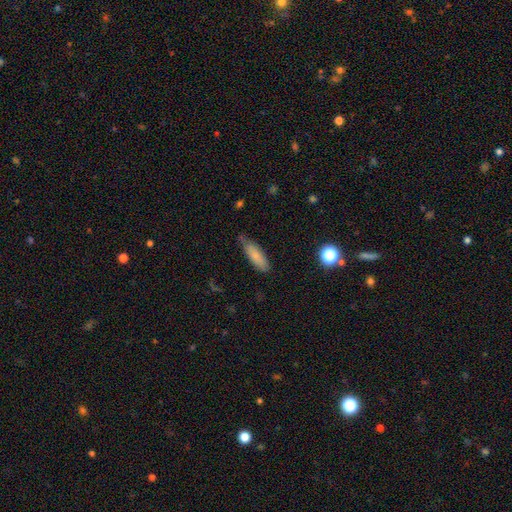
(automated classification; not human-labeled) Morphology: type=smooth (79%); roundness=in between (50%); merging=none (64%).